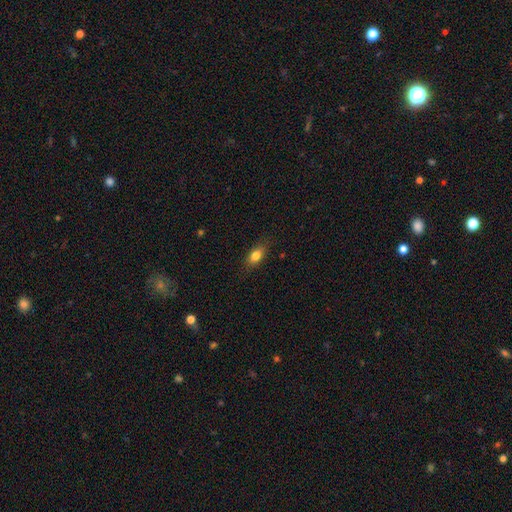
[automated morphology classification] This appears to be a smooth galaxy with no disk features (81%) that is in between round and cigar-shaped (81%). Merging: none (82%).